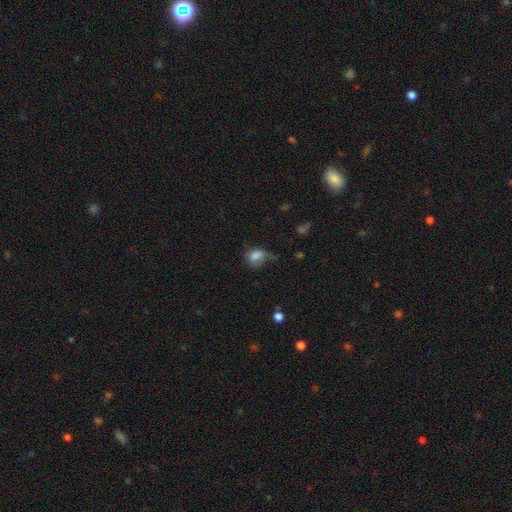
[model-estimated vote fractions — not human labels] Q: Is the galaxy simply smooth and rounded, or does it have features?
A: smooth — 77%.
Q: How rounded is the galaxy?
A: in between — 55%.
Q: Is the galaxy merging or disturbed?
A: none — 36%.